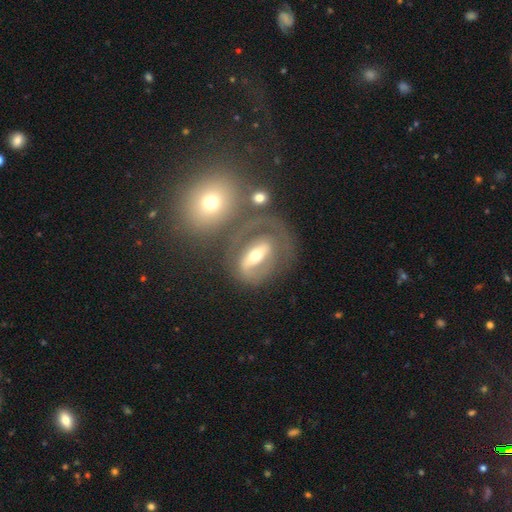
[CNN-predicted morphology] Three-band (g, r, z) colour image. It shows a featured or disk galaxy (66%) with a strong bar (51%), no spiral arms (52%) and a moderate central bulge (67%). Merging: none (48%).